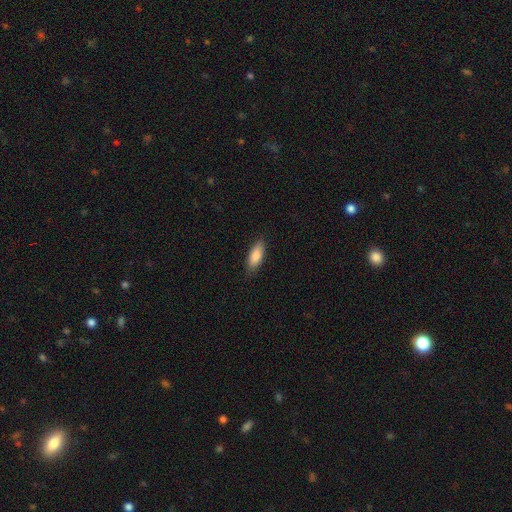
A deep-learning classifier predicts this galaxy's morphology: Smooth or featured: smooth — 86% (featured or disk — 8%)
How rounded: in between — 71% (cigar-shaped — 28%)
Merging: none — 87% (minor disturbance — 10%)